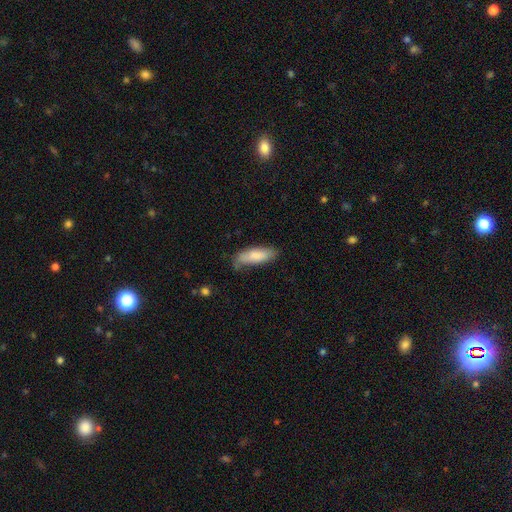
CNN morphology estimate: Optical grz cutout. It shows a smooth galaxy with no disk features (83%) that is in between round and cigar-shaped (57%). Merging: none (66%).